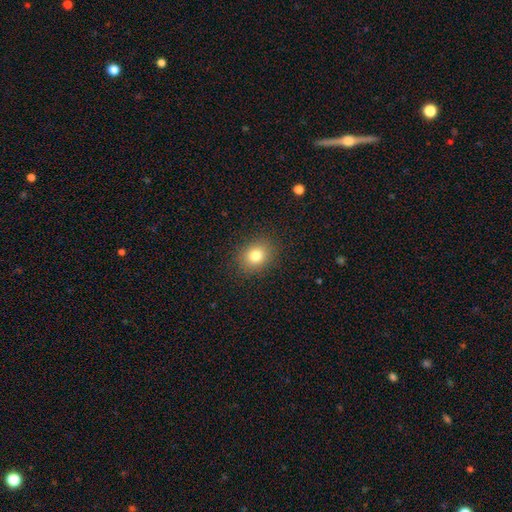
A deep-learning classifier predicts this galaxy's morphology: type=smooth (80%); roundness=round (60%); merging=none (88%).